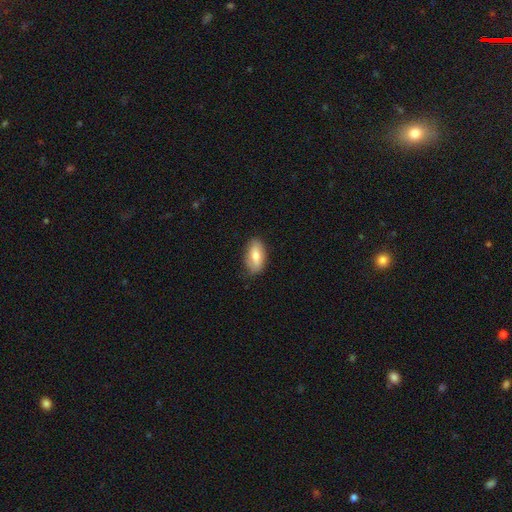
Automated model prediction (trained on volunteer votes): This is likely a smooth galaxy (70%). How rounded: clearly in between (90%). Merging: likely none (77%).